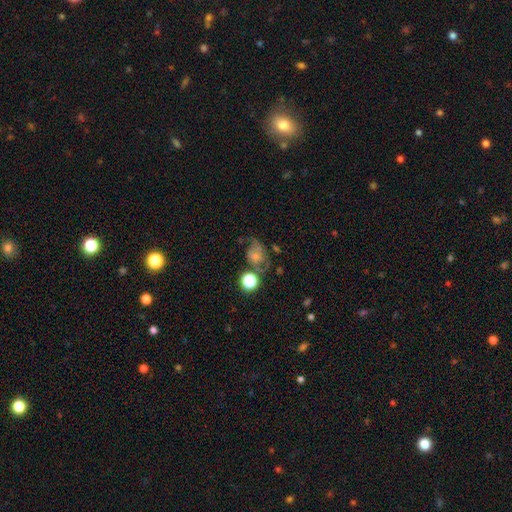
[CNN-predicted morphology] This appears to be a smooth galaxy with no disk features (45%). Merging: none (36%).